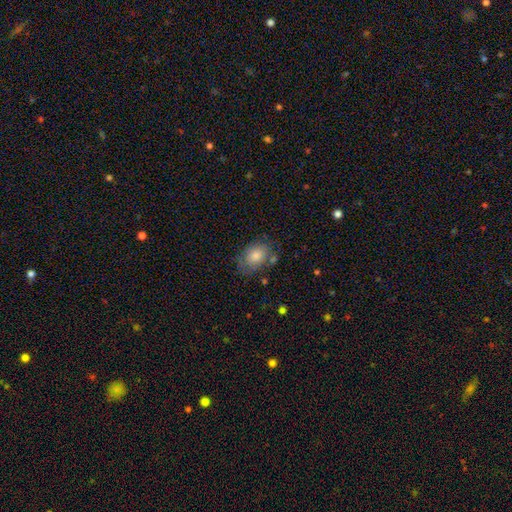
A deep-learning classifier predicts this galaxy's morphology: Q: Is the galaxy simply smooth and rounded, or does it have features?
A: smooth — 74%.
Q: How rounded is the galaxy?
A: in between — 78%.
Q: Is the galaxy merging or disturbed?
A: none — 68%.